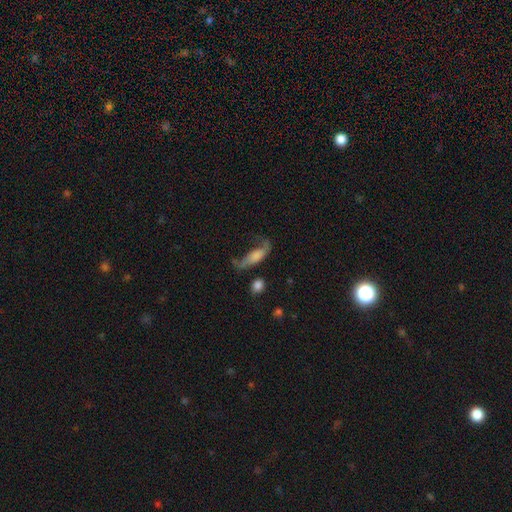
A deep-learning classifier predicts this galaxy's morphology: smooth_or_featured: smooth (p=0.46) [alt: featured or disk p=0.42]
merging: major disturbance (p=0.41) [alt: none p=0.29]